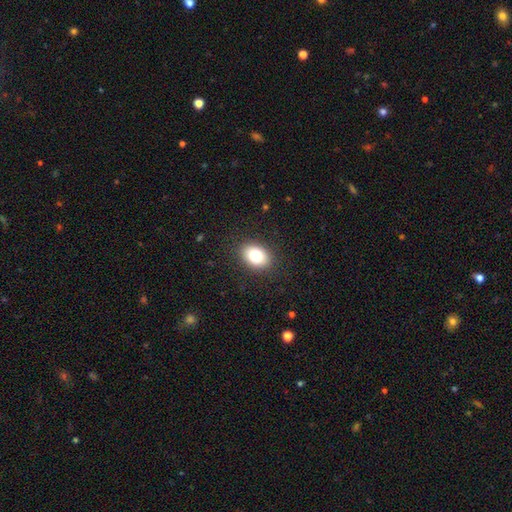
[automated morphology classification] type=smooth (82%); roundness=in between (76%); merging=none (88%).